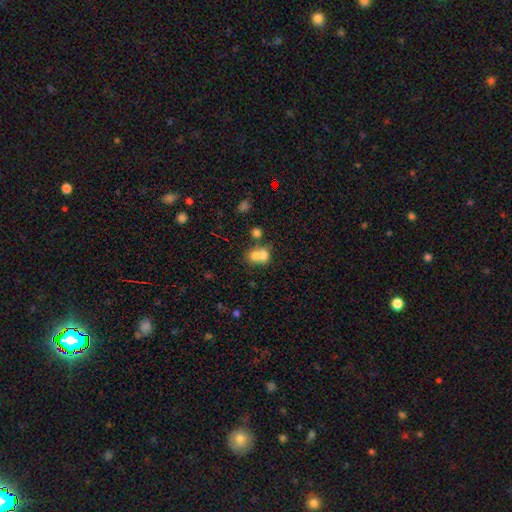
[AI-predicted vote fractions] A smooth galaxy with no disk features (69%) that is round (62%).

Vote fractions:
- Smooth or featured? smooth: 69% / featured or disk: 19% / star or artifact: 12%
- How rounded? round: 62% / in between: 37% / cigar-shaped: 1%
- Merging? merger: 64% / none: 26% / minor disturbance: 6% / major disturbance: 4%